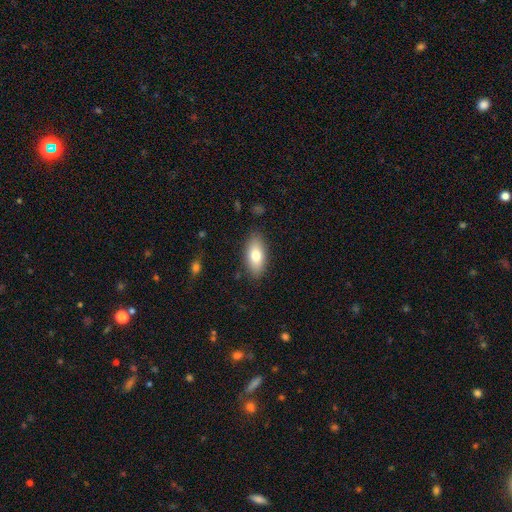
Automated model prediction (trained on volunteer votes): Smooth or featured? Predicted: smooth (p=0.77). How rounded? Predicted: in between (p=0.88). Merging? Predicted: none (p=0.86).